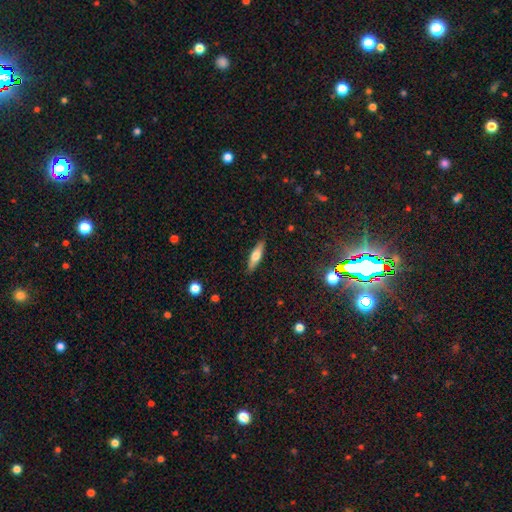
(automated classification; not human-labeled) smooth_or_featured: smooth (p=0.61) [alt: featured or disk p=0.32]
how_rounded: cigar-shaped (p=0.67) [alt: in between p=0.31]
merging: none (p=0.89) [alt: minor disturbance p=0.08]